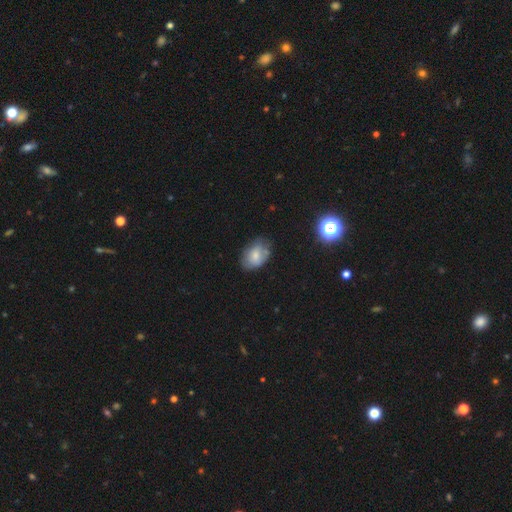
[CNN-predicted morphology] This is likely a smooth galaxy (70%). How rounded: clearly in between (81%). Merging: likely none (62%).